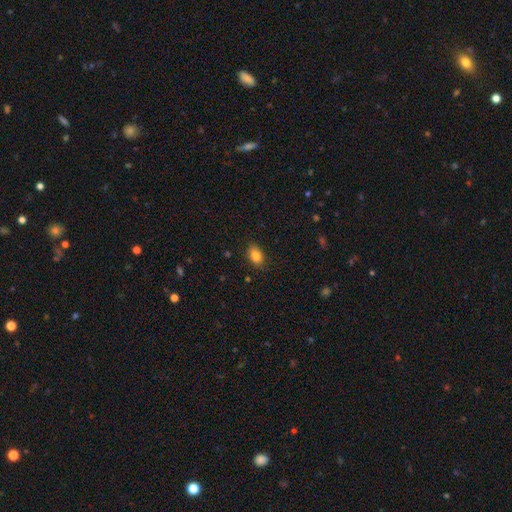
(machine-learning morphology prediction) A smooth galaxy with no disk features (84%) that is in between round and cigar-shaped (84%).

Vote fractions:
- Smooth or featured? smooth: 84% / star or artifact: 9% / featured or disk: 7%
- How rounded? in between: 84% / round: 14% / cigar-shaped: 2%
- Merging? none: 85% / minor disturbance: 11% / major disturbance: 2% / merger: 1%